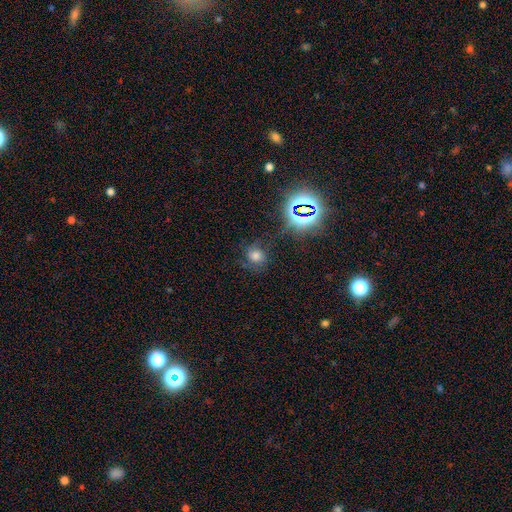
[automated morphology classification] Smooth or featured: smooth — 54% (star or artifact — 27%)
How rounded: round — 77% (in between — 22%)
Merging: none — 67% (minor disturbance — 19%)